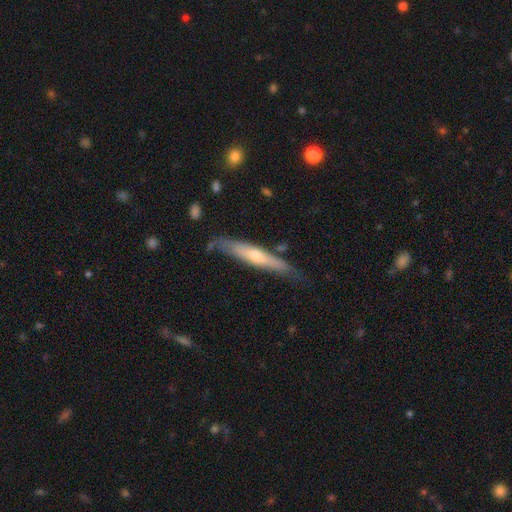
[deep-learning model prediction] Smooth or featured? featured or disk (53%)
Edge-on disk? yes (86%)
Merging? none (73%)